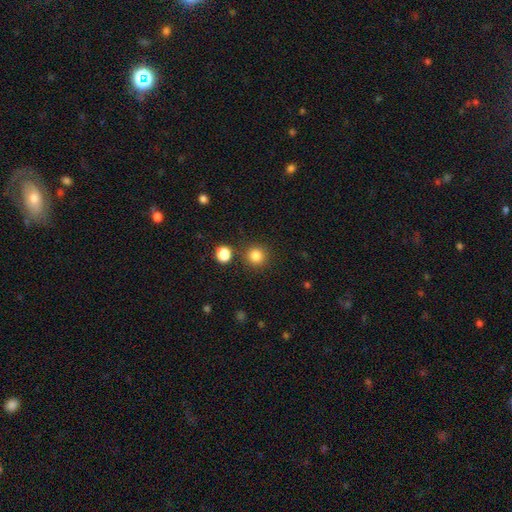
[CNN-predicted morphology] This appears to be a smooth galaxy with no disk features (84%) that is round (94%). Merging: none (86%).